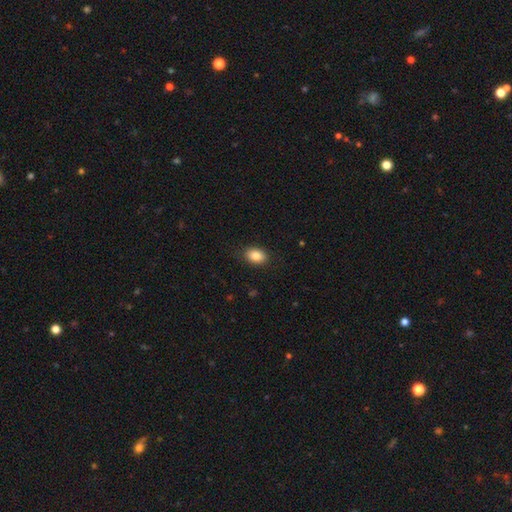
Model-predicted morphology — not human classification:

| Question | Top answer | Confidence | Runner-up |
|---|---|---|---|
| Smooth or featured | smooth | 86% | star or artifact (8%) |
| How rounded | in between | 80% | round (18%) |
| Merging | none | 87% | minor disturbance (10%) |